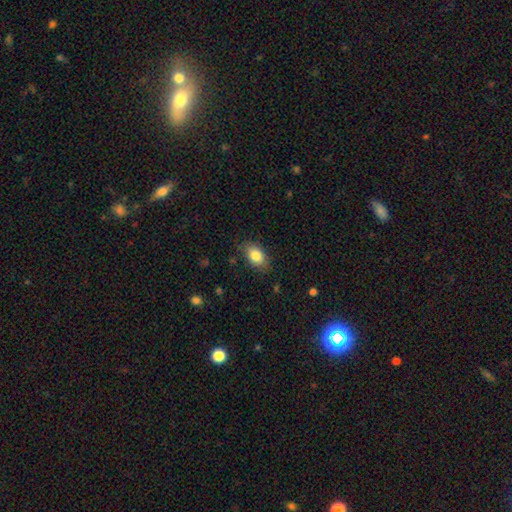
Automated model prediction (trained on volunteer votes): Smooth or featured? Predicted: smooth (p=0.83). How rounded? Predicted: in between (p=0.88). Merging? Predicted: none (p=0.80).